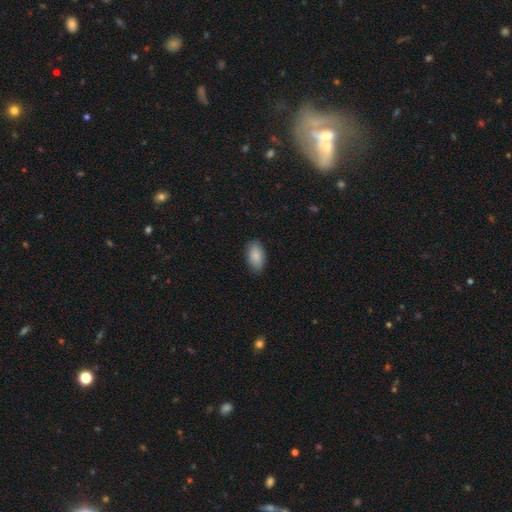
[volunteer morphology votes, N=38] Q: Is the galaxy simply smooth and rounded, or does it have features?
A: smooth — 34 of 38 (89%).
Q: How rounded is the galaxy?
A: in between — 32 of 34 (94%).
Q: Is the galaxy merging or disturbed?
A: none — 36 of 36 (100%).